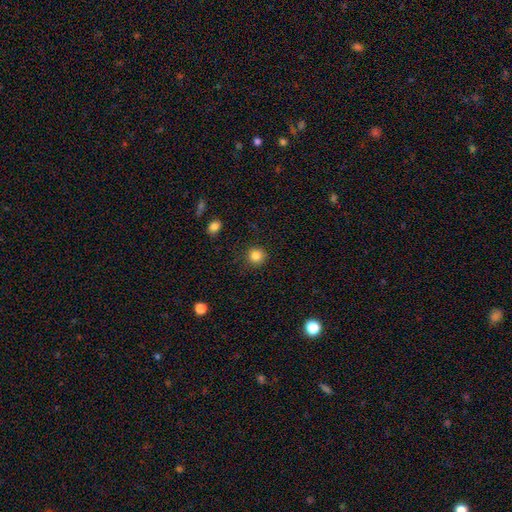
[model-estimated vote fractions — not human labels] A smooth galaxy with no disk features (84%) that is round (93%).

Vote fractions:
- Smooth or featured? smooth: 84% / star or artifact: 11% / featured or disk: 5%
- How rounded? round: 93% / in between: 6% / cigar-shaped: 1%
- Merging? none: 89% / minor disturbance: 7% / major disturbance: 2% / merger: 1%